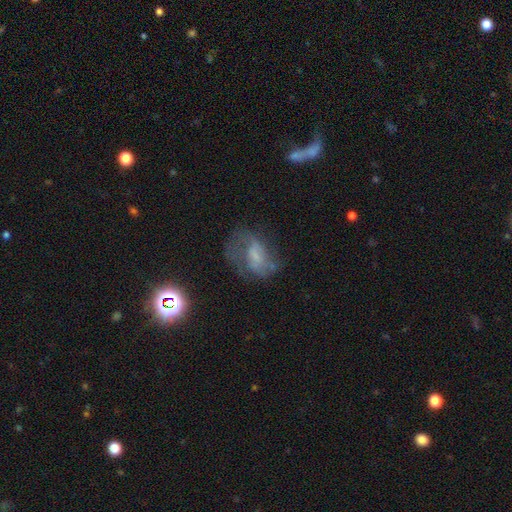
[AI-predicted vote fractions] Smooth or featured: featured or disk — 51% (smooth — 34%)
Edge-on disk: no — 96% (yes — 4%)
Merging: none — 41% (major disturbance — 33%)